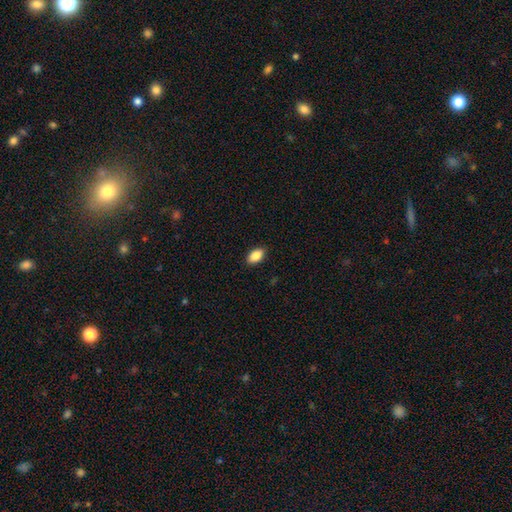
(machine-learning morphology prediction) Smooth or featured?
  - smooth: 86% *
  - star or artifact: 7%
  - featured or disk: 7%
How rounded?
  - in between: 91% *
  - round: 6%
  - cigar-shaped: 3%
Merging?
  - none: 88% *
  - minor disturbance: 9%
  - major disturbance: 2%
  - merger: 1%